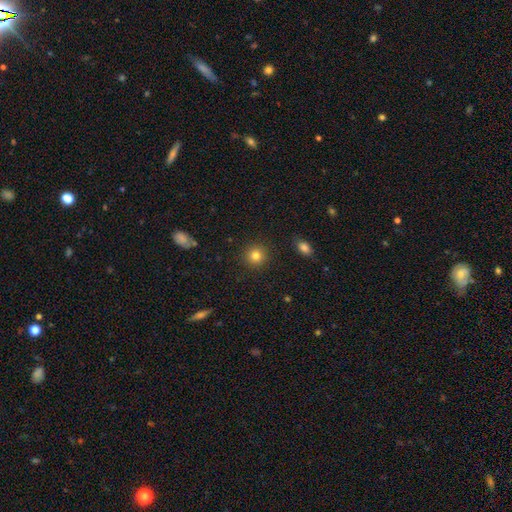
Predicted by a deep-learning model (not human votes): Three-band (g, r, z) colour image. It shows a smooth galaxy with no disk features (82%) that is round (93%). Merging: none (91%).